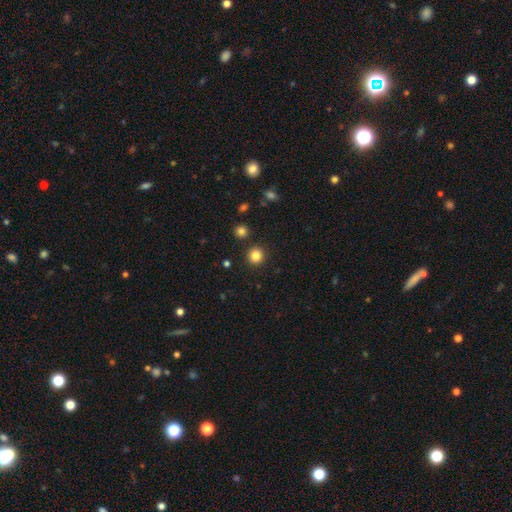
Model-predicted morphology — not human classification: Q: Smooth or featured?
A: smooth (84%); runner-up: star or artifact (12%)
Q: How rounded?
A: round (91%); runner-up: in between (8%)
Q: Merging?
A: none (90%); runner-up: minor disturbance (5%)